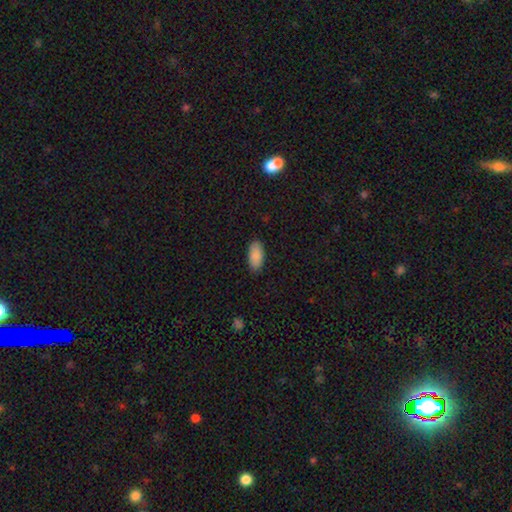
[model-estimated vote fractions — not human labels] Smooth or featured? Predicted: smooth (p=0.89). How rounded? Predicted: in between (p=0.93). Merging? Predicted: none (p=0.88).